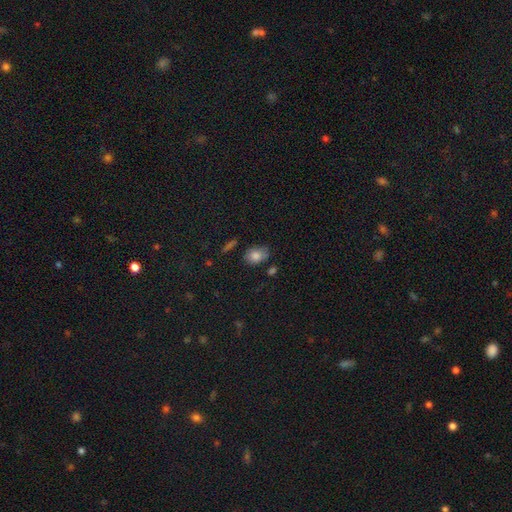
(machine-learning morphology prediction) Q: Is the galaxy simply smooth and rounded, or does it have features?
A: smooth — 80%.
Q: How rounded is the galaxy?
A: in between — 72%.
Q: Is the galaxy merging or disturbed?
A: none — 64%.